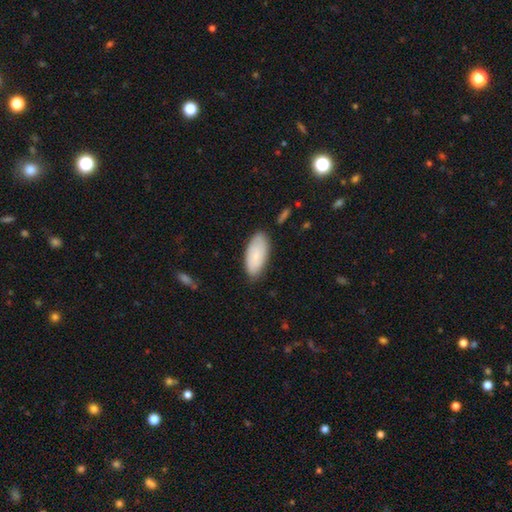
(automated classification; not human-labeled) This appears to be a smooth galaxy with no disk features (77%) that is in between round and cigar-shaped (89%). Merging: none (80%).